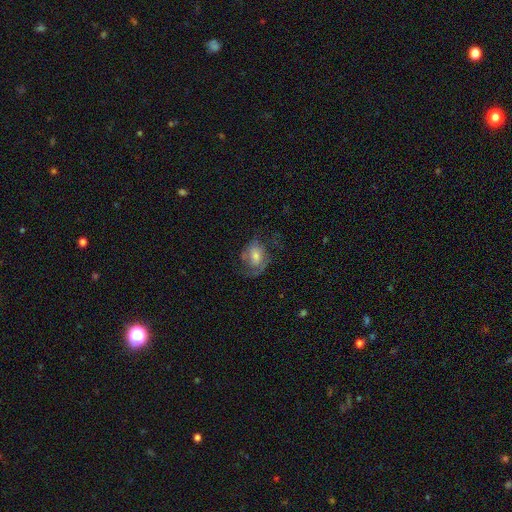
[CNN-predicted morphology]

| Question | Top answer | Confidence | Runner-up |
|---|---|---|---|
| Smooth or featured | featured or disk | 58% | smooth (32%) |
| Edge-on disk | no | 96% | yes (4%) |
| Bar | no | 59% | weak (33%) |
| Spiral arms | yes | 79% | no (21%) |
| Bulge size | moderate | 49% | small (39%) |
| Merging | none | 54% | major disturbance (23%) |